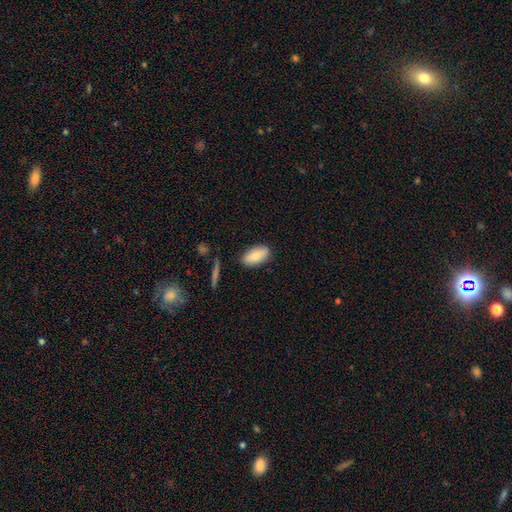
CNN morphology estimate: type=smooth (83%); roundness=in between (92%); merging=none (82%).